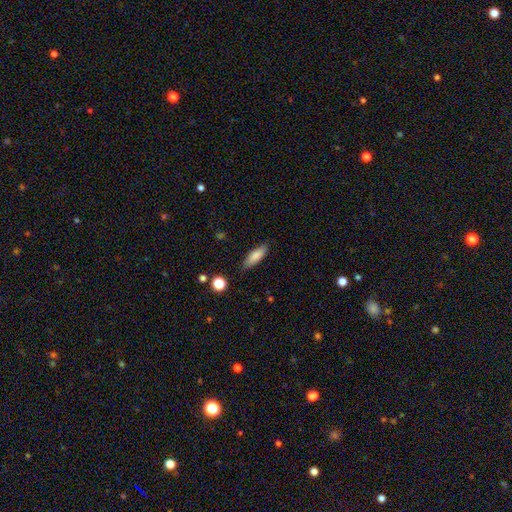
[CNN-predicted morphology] This appears to be a smooth galaxy with no disk features (83%) that is in between round and cigar-shaped (50%). Merging: none (84%).